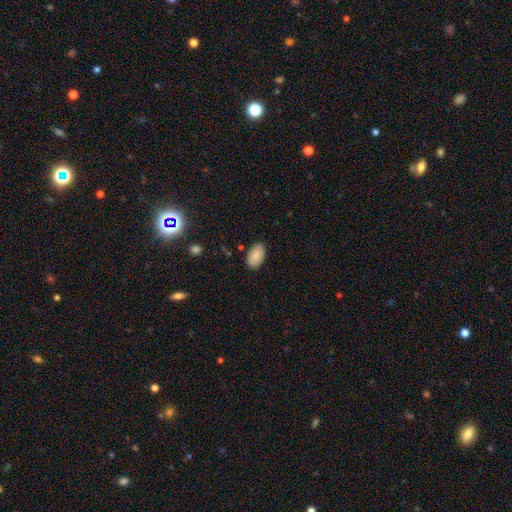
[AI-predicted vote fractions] smooth_or_featured: smooth (p=0.88) [alt: star or artifact p=0.07]
how_rounded: in between (p=0.93) [alt: round p=0.06]
merging: none (p=0.86) [alt: minor disturbance p=0.10]